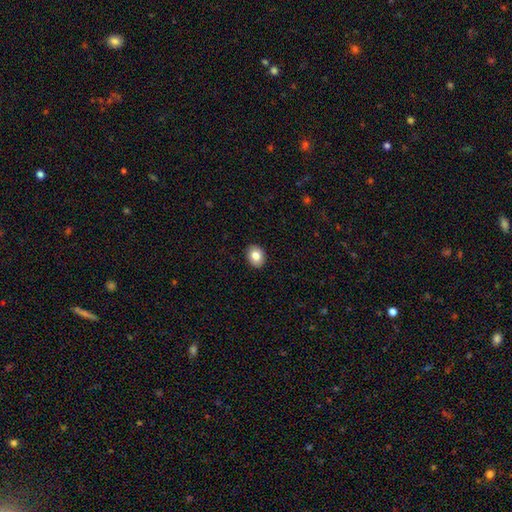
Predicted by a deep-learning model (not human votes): The model was most divided on "how rounded": in between: 56%, round: 43%, cigar-shaped: 1%. More confident: merging — none (92%); smooth or featured — smooth (83%).